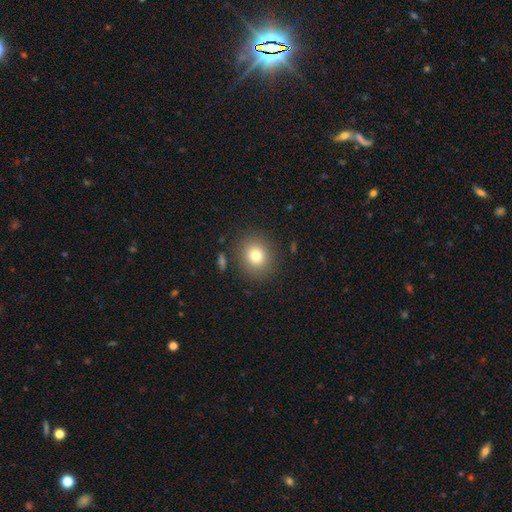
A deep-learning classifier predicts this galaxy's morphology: This appears to be a smooth galaxy with no disk features (79%) that is round (78%). Merging: none (86%).